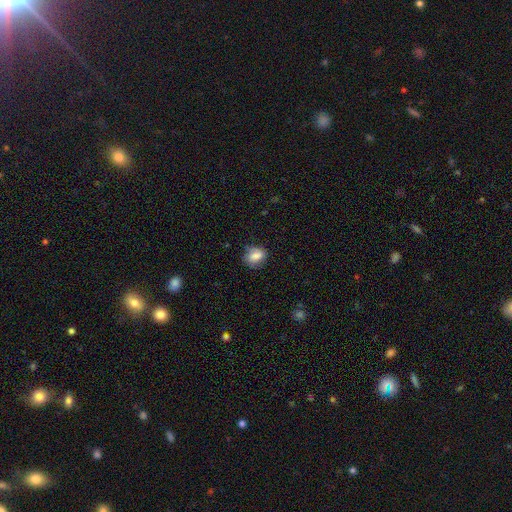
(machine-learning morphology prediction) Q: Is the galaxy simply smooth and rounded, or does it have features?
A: smooth — 80%.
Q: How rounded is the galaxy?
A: in between — 58%.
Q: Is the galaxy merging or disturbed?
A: none — 66%.